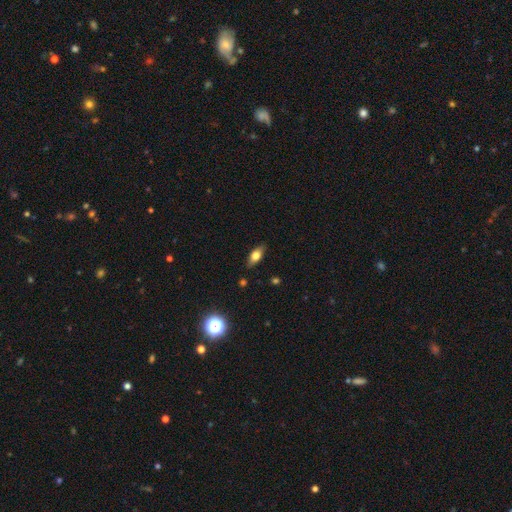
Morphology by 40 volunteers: smooth-or-featured: smooth: 52% | featured or disk: 40% | star or artifact: 8%
  how-rounded: in between: 67% | cigar-shaped: 24% | round: 10%
  merging: none: 86% | minor disturbance: 11% | major disturbance: 3% | merger: 0%